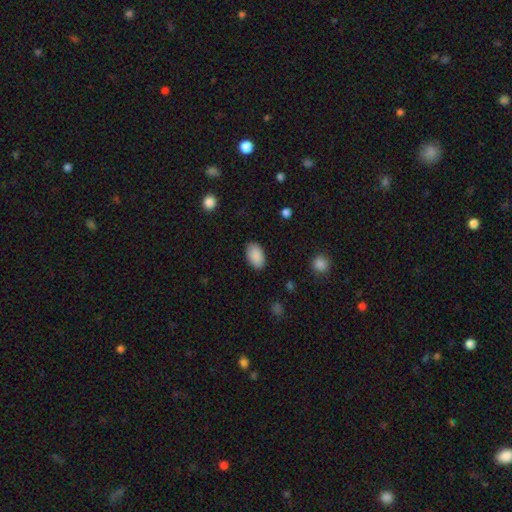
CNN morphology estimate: Smooth or featured? smooth (90%)
How rounded? in between (93%)
Merging? none (87%)